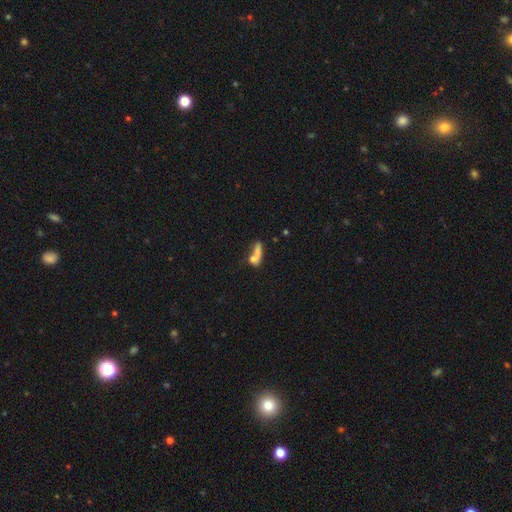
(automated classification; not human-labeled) A smooth galaxy with no disk features (67%) that is in between round and cigar-shaped (48%). Merging: merger (46%).